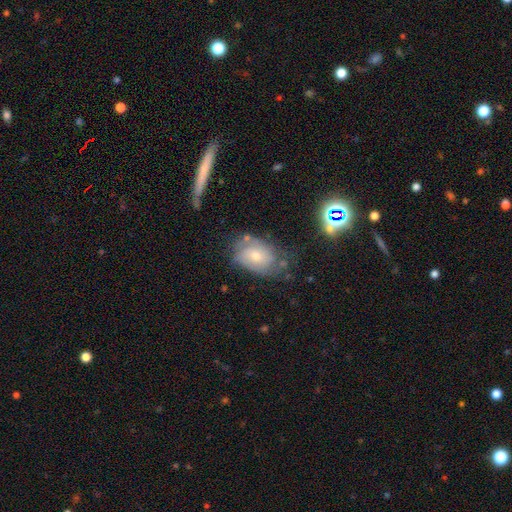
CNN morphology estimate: type=smooth (46%); merging=none (52%).